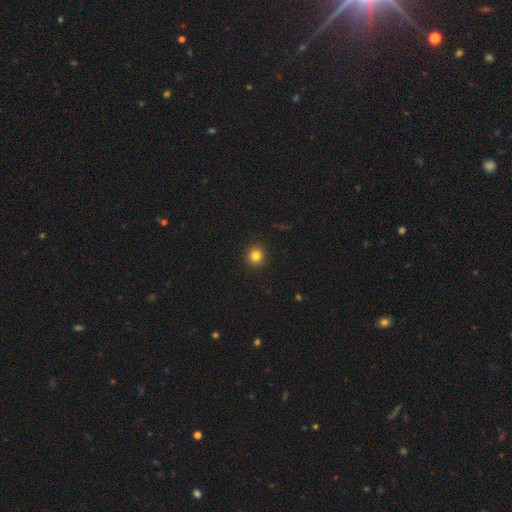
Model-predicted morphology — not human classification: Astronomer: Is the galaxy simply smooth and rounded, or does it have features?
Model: smooth — 83%.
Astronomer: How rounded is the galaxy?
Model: round — 91%.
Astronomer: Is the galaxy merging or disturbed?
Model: none — 92%.